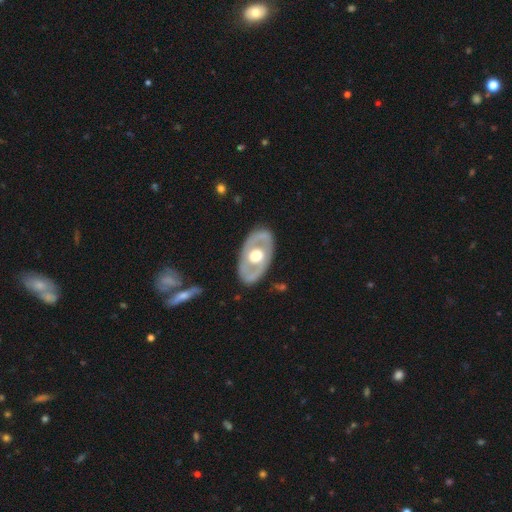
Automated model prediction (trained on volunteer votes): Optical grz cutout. It shows a featured or disk galaxy (66%) with no bar (82%), no spiral arms (75%) and a moderate central bulge (55%). Merging: none (84%).